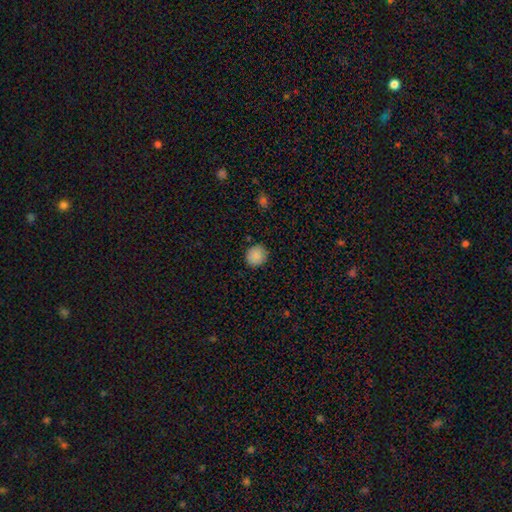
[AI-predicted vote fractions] Smooth or featured?
  - smooth: 88% *
  - star or artifact: 9%
  - featured or disk: 3%
How rounded?
  - round: 88% *
  - in between: 11%
  - cigar-shaped: 1%
Merging?
  - none: 89% *
  - minor disturbance: 8%
  - major disturbance: 2%
  - merger: 1%